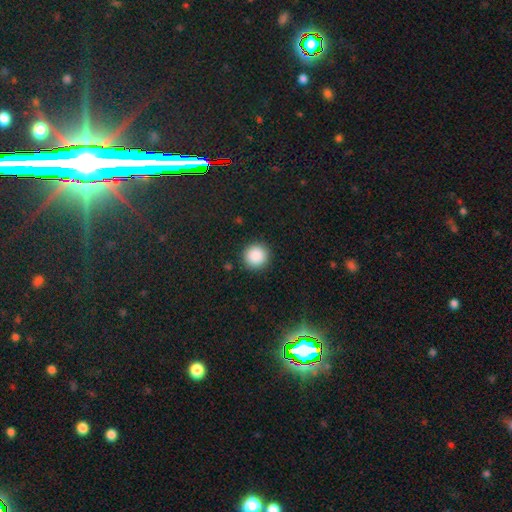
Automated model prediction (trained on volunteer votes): smooth-or-featured: smooth: 88% | star or artifact: 9% | featured or disk: 3%
  how-rounded: round: 95% | in between: 4% | cigar-shaped: 1%
  merging: none: 91% | minor disturbance: 5% | major disturbance: 2% | merger: 1%